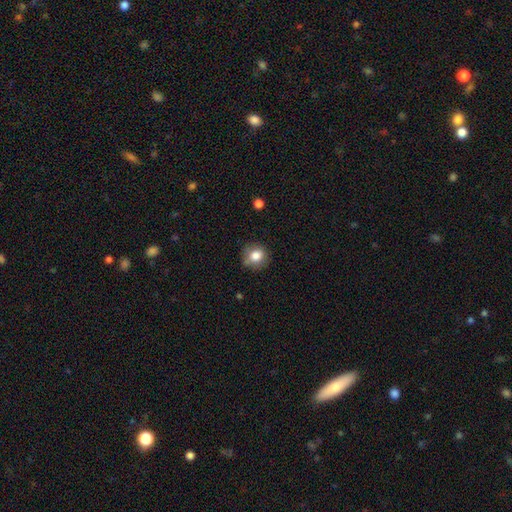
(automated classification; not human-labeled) A smooth galaxy with no disk features (80%) that is round (81%).

Vote fractions:
- Smooth or featured? smooth: 80% / star or artifact: 10% / featured or disk: 9%
- How rounded? round: 81% / in between: 18% / cigar-shaped: 1%
- Merging? none: 76% / minor disturbance: 18% / major disturbance: 4% / merger: 2%